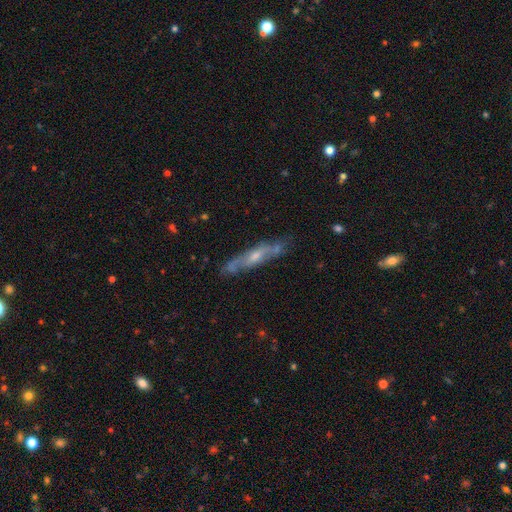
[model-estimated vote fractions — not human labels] smooth_or_featured: featured or disk (p=0.67) [alt: smooth p=0.26]
disk_edge_on: yes (p=0.64) [alt: no p=0.36]
merging: none (p=0.72) [alt: minor disturbance p=0.19]